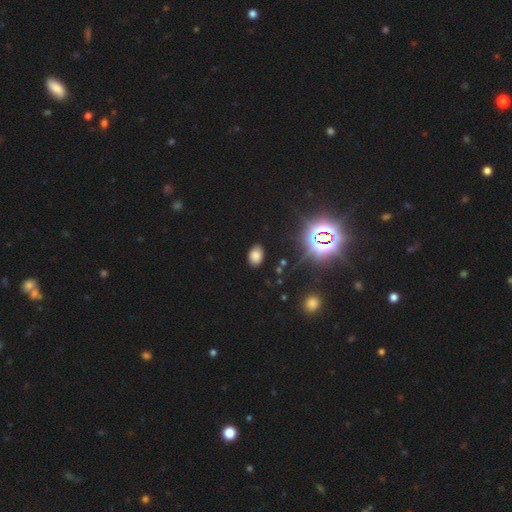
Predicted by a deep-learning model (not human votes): This appears to be a smooth galaxy with no disk features (73%) that is in between round and cigar-shaped (81%). Merging: none (86%).